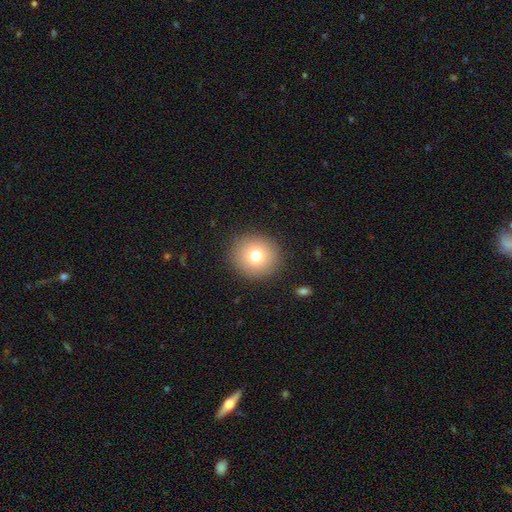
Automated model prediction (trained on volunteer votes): Smooth or featured?
  - smooth: 75% *
  - featured or disk: 13%
  - star or artifact: 12%
How rounded?
  - round: 92% *
  - in between: 7%
  - cigar-shaped: 1%
Merging?
  - none: 90% *
  - minor disturbance: 6%
  - major disturbance: 3%
  - merger: 1%